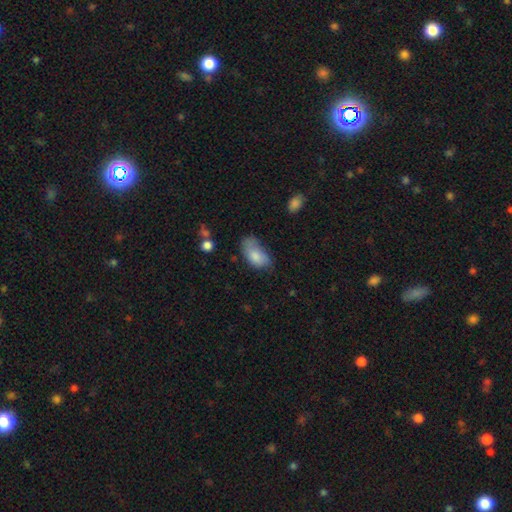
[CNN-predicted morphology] A smooth galaxy with no disk features (79%) that is in between round and cigar-shaped (93%).

Vote fractions:
- Smooth or featured? smooth: 79% / featured or disk: 14% / star or artifact: 7%
- How rounded? in between: 93% / round: 4% / cigar-shaped: 3%
- Merging? minor disturbance: 38% / none: 37% / major disturbance: 21% / merger: 5%